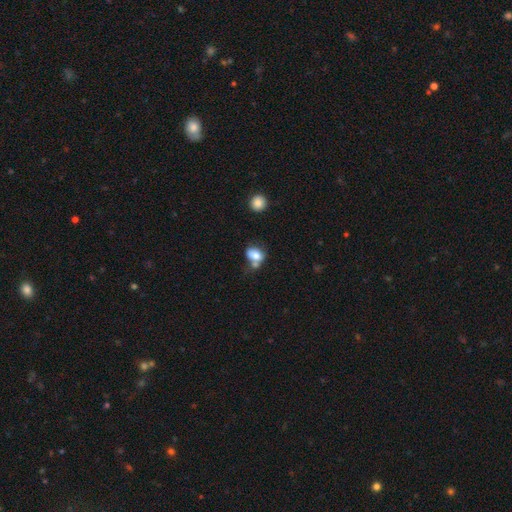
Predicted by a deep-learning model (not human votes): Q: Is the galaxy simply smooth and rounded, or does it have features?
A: smooth — 74%.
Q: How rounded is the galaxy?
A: in between — 65%.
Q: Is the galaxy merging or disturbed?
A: merger — 39%.